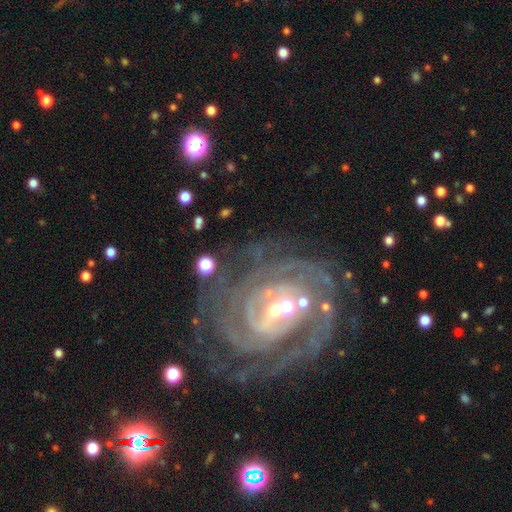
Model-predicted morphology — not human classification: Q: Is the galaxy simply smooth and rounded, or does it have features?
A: featured or disk — 89%.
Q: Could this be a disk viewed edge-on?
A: no — 97%.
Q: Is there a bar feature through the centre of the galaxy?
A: weak — 40%.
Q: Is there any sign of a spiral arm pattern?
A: yes — 97%.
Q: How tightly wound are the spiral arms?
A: tight — 76%.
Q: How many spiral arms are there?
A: can't tell — 24%.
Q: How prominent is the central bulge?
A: small — 55%.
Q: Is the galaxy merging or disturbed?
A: none — 65%.